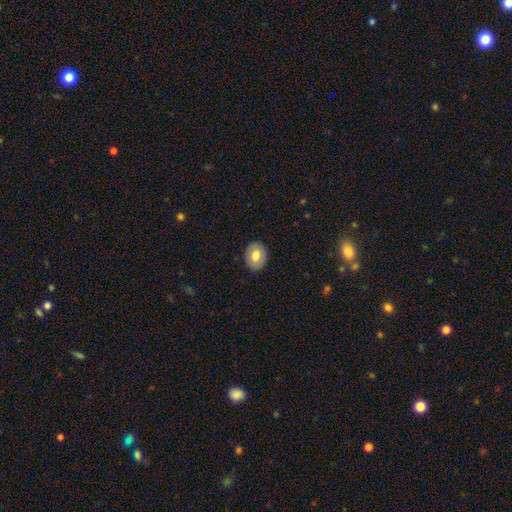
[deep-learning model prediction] Morphology: type=smooth (78%); roundness=in between (54%); merging=none (89%).